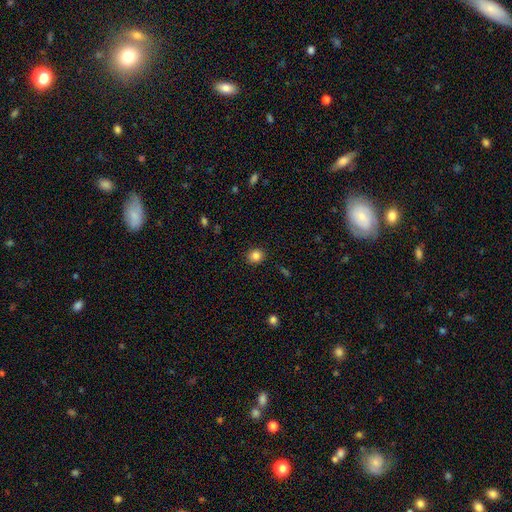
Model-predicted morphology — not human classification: smooth_or_featured: smooth (p=0.84) [alt: star or artifact p=0.11]
how_rounded: round (p=0.81) [alt: in between p=0.18]
merging: none (p=0.90) [alt: minor disturbance p=0.07]